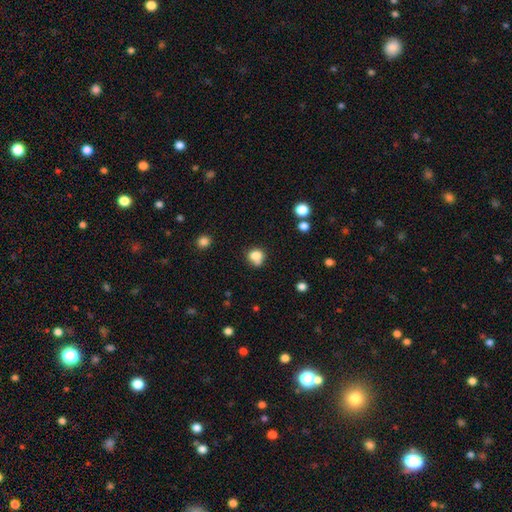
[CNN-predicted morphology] smooth 81%, star or artifact 12%, featured or disk 8%. Down the decision tree: how rounded — round (77%); merging — none (54%).